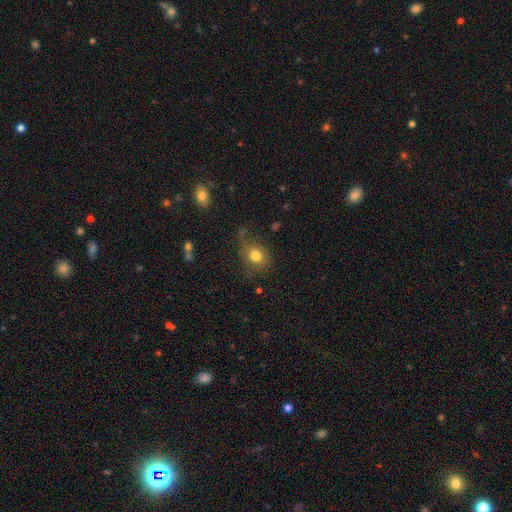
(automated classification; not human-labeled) This is likely a smooth galaxy (78%). How rounded: likely round (66%). Merging: likely none (68%).